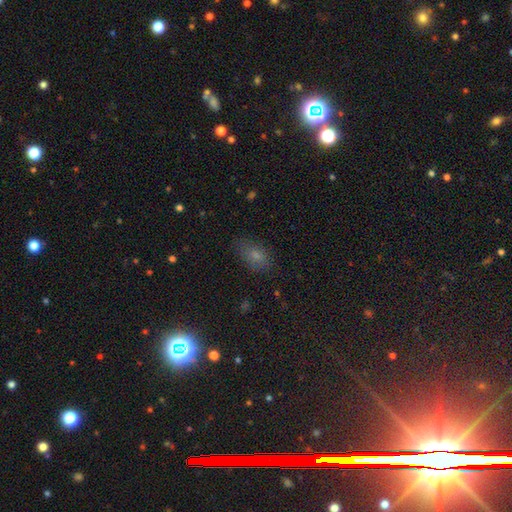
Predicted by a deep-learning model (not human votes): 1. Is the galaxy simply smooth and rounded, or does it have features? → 72% smooth, 16% star or artifact, 12% featured or disk.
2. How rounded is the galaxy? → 88% in between, 8% round, 4% cigar-shaped.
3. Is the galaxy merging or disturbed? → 75% none, 18% minor disturbance, 5% major disturbance, 2% merger.